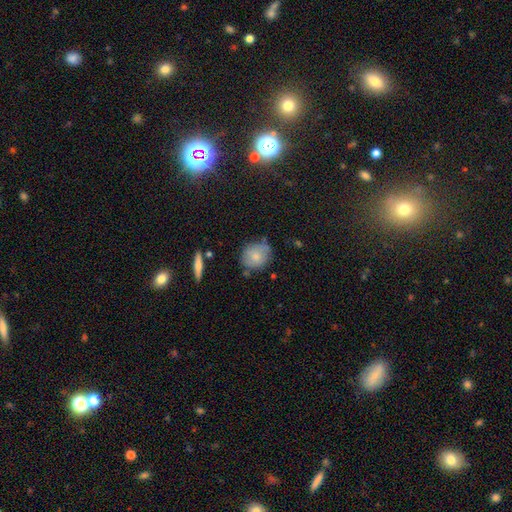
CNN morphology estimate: Smooth or featured? smooth (75%)
How rounded? round (72%)
Merging? none (68%)